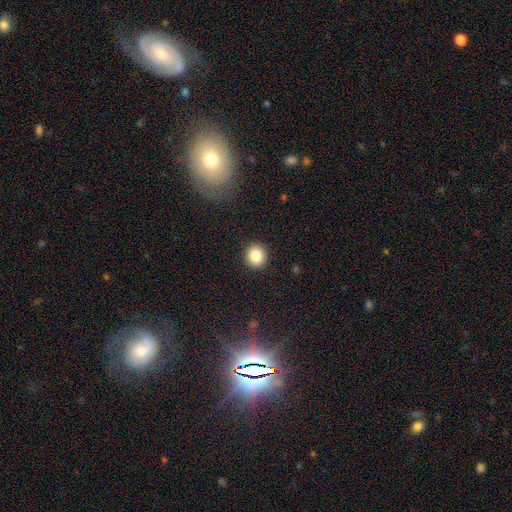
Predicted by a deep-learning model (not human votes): Morphology: type=smooth (86%); roundness=round (92%); merging=none (92%).